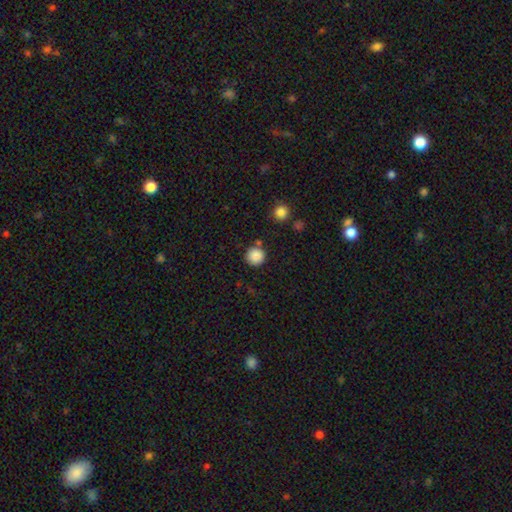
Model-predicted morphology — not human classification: Smooth or featured?
  - smooth: 86% *
  - star or artifact: 9%
  - featured or disk: 4%
How rounded?
  - round: 95% *
  - in between: 4%
  - cigar-shaped: 1%
Merging?
  - none: 85% *
  - minor disturbance: 7%
  - merger: 5%
  - major disturbance: 2%